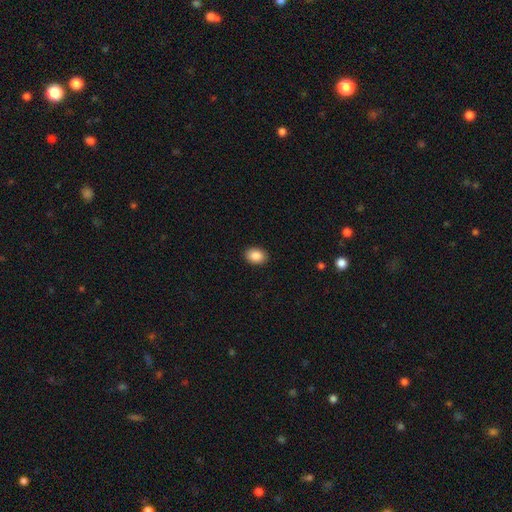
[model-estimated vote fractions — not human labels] A smooth galaxy with no disk features (88%) that is in between round and cigar-shaped (72%).

Vote fractions:
- Smooth or featured? smooth: 88% / star or artifact: 8% / featured or disk: 4%
- How rounded? in between: 72% / round: 27% / cigar-shaped: 1%
- Merging? none: 91% / minor disturbance: 6% / major disturbance: 2% / merger: 1%